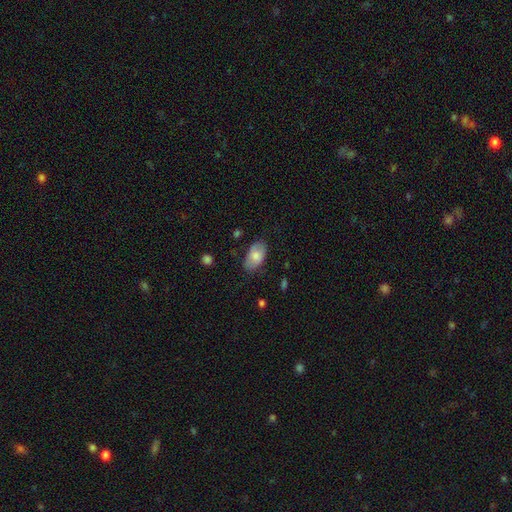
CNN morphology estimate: type=smooth (76%); roundness=in between (93%); merging=none (73%).